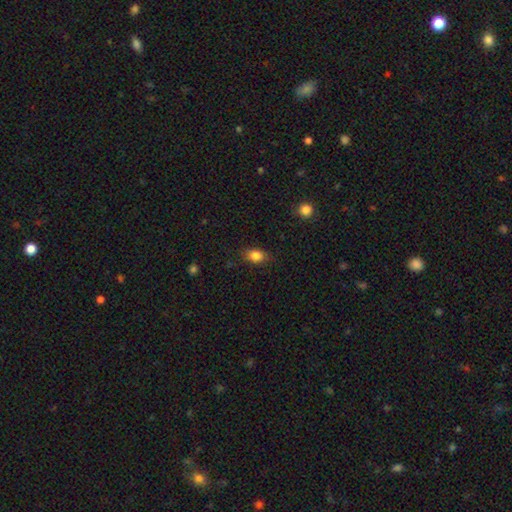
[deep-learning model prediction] This appears to be a smooth galaxy with no disk features (84%) that is in between round and cigar-shaped (78%). Merging: none (81%).